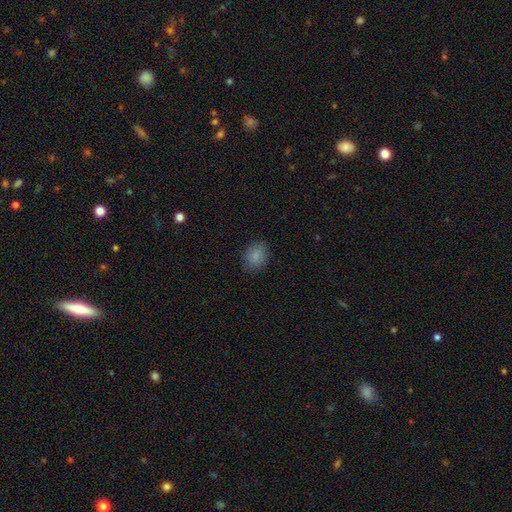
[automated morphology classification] A smooth galaxy with no disk features (84%) that is round (52%). Merging: none (81%).